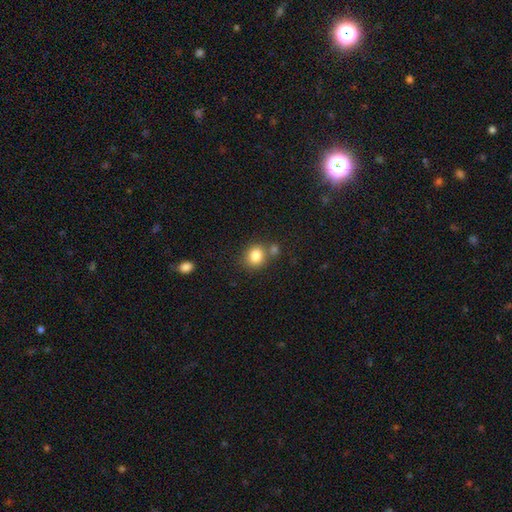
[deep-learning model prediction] This is clearly a smooth galaxy (83%). How rounded: likely round (75%). Merging: likely none (66%).